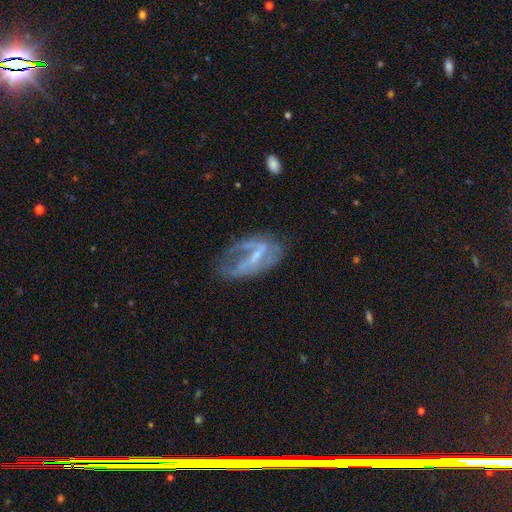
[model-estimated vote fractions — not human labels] Morphology: type=featured or disk (72%); edge-on=no (92%); bar=strong (47%); spiral arms=yes (62%); bulge=small (53%); merging=none (44%).